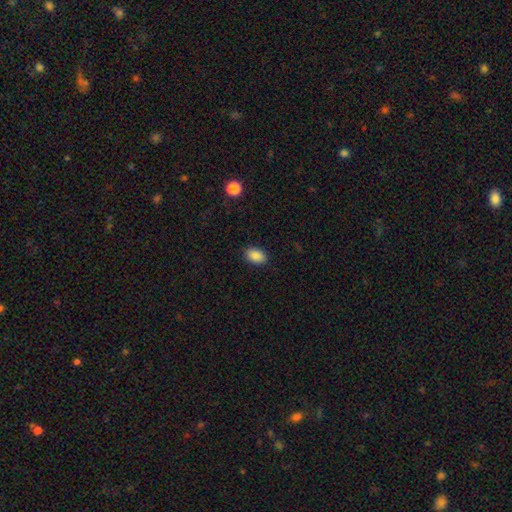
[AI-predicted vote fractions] A smooth galaxy with no disk features (89%) that is in between round and cigar-shaped (87%).

Vote fractions:
- Smooth or featured? smooth: 89% / star or artifact: 8% / featured or disk: 3%
- How rounded? in between: 87% / round: 11% / cigar-shaped: 1%
- Merging? none: 88% / minor disturbance: 9% / major disturbance: 2% / merger: 1%